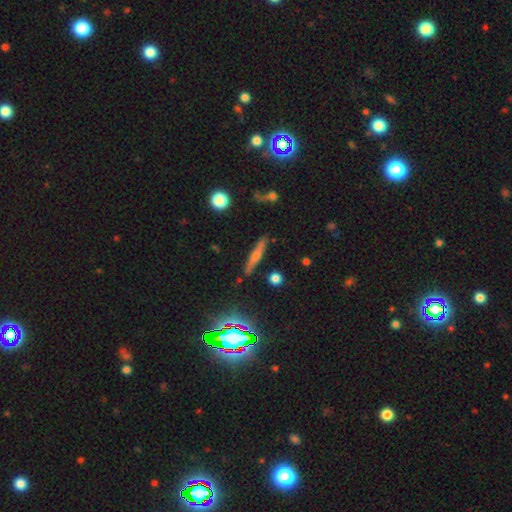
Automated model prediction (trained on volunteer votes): Smooth or featured?
  - featured or disk: 53% *
  - smooth: 27%
  - star or artifact: 20%
Edge-on disk?
  - yes: 93% *
  - no: 7%
Merging?
  - none: 84% *
  - minor disturbance: 10%
  - merger: 3%
  - major disturbance: 3%